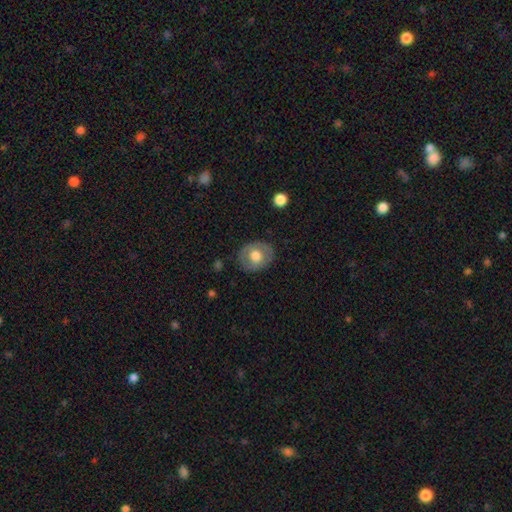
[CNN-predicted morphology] smooth-or-featured: smooth: 64% | featured or disk: 29% | star or artifact: 7%
  how-rounded: round: 56% | in between: 43% | cigar-shaped: 1%
  merging: none: 84% | minor disturbance: 12% | major disturbance: 3% | merger: 1%